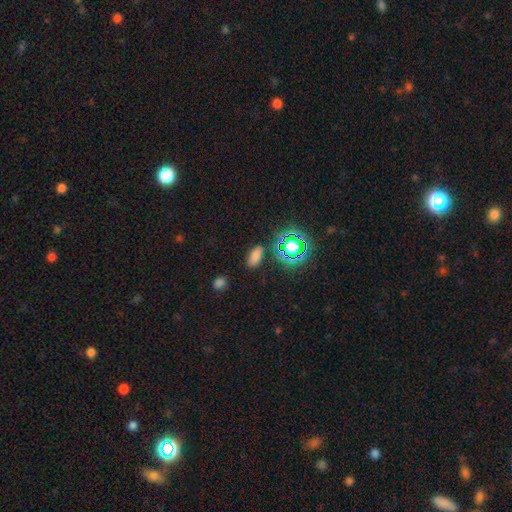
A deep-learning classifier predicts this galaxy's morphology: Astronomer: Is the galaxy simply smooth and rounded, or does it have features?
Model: smooth — 70%.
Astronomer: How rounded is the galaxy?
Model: in between — 87%.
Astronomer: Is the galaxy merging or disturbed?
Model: none — 82%.